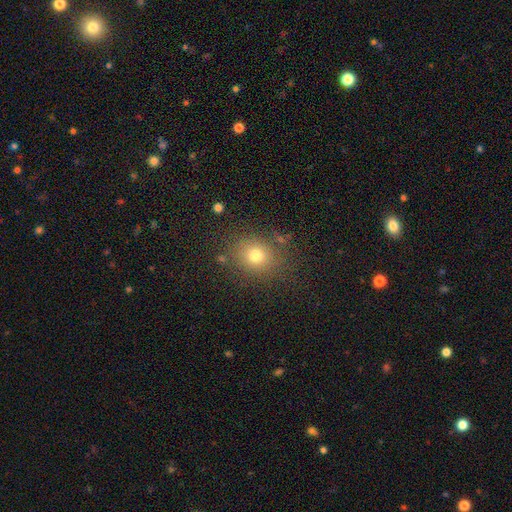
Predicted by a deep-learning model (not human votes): A smooth galaxy with no disk features (74%) that is round (68%).

Vote fractions:
- Smooth or featured? smooth: 74% / star or artifact: 16% / featured or disk: 10%
- How rounded? round: 68% / in between: 31% / cigar-shaped: 1%
- Merging? none: 82% / minor disturbance: 11% / major disturbance: 4% / merger: 3%